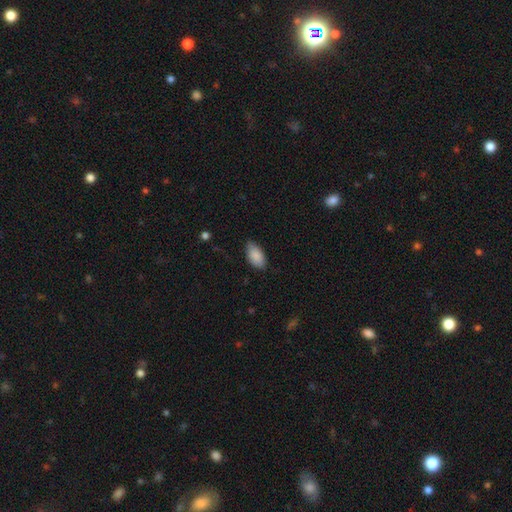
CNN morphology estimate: Overall: smooth (88%). How rounded: in between (94%). Merging: none (75%).